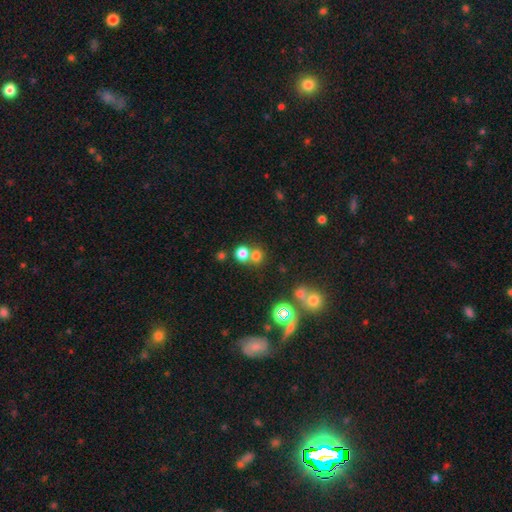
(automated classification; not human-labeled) A smooth galaxy with no disk features (71%) that is round (87%). Merging: none (53%).